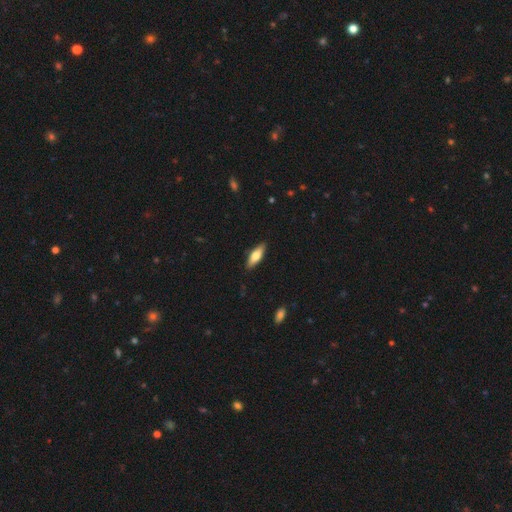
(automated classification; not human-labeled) Morphology: type=smooth (66%); roundness=in between (56%); merging=none (89%).